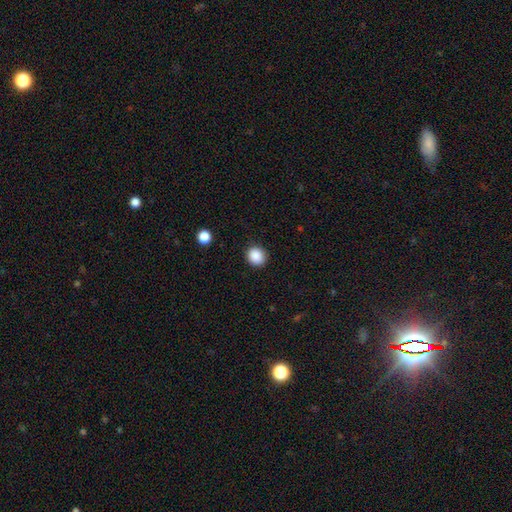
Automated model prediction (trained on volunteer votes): This appears to be a smooth galaxy with no disk features (88%) that is round (86%). Merging: none (89%).